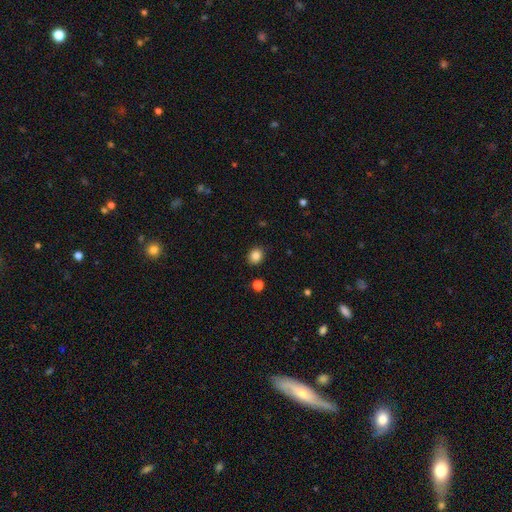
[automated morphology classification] A smooth galaxy with no disk features (85%) that is round (62%).

Vote fractions:
- Smooth or featured? smooth: 85% / star or artifact: 11% / featured or disk: 4%
- How rounded? round: 62% / in between: 37% / cigar-shaped: 1%
- Merging? none: 88% / minor disturbance: 8% / major disturbance: 2% / merger: 2%